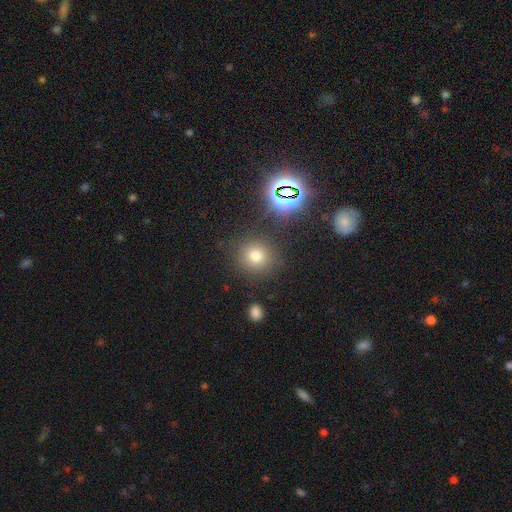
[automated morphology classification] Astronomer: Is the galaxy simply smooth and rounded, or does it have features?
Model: smooth — 70%.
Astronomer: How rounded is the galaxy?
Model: round — 89%.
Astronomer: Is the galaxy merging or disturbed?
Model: none — 85%.